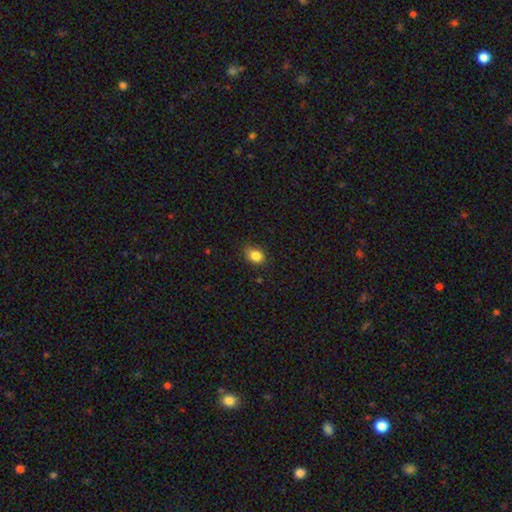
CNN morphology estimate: type=smooth (85%); roundness=in between (59%); merging=none (76%).